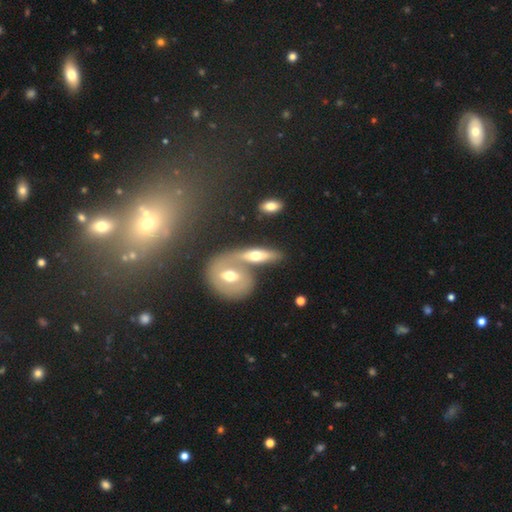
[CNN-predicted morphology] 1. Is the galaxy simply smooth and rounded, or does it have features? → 47% featured or disk, 46% smooth, 7% star or artifact.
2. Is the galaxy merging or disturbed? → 46% merger, 37% none, 11% minor disturbance, 5% major disturbance.